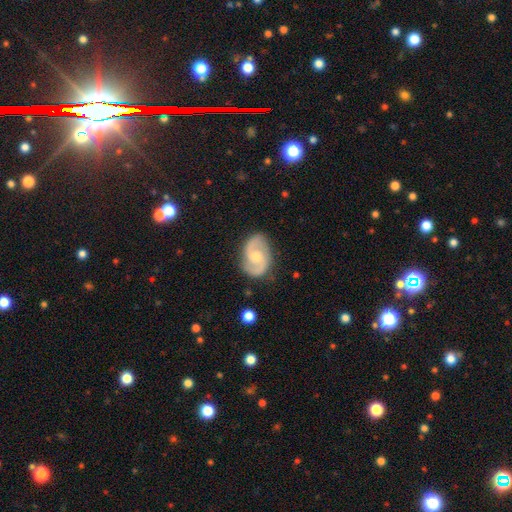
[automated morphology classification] Smooth or featured? Predicted: featured or disk (p=0.84). Edge-on disk? Predicted: no (p=0.98). Bar? Predicted: no (p=0.54). Spiral arms? Predicted: yes (p=0.96). Spiral winding? Predicted: medium (p=0.54). Spiral arm count? Predicted: 2 (p=0.92). Bulge size? Predicted: moderate (p=0.58). Merging? Predicted: none (p=0.84).